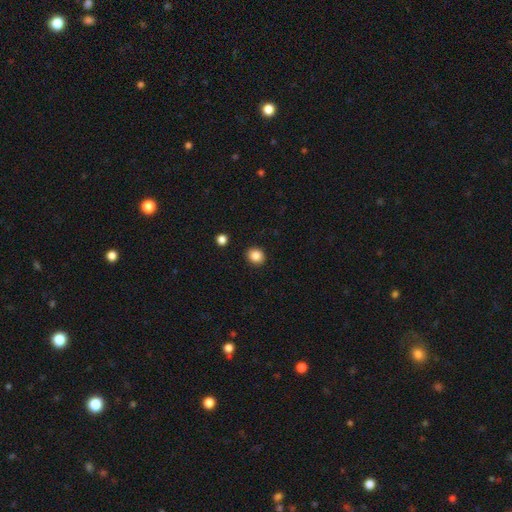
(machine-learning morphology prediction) Smooth or featured? Predicted: smooth (p=0.86). How rounded? Predicted: round (p=0.72). Merging? Predicted: none (p=0.91).